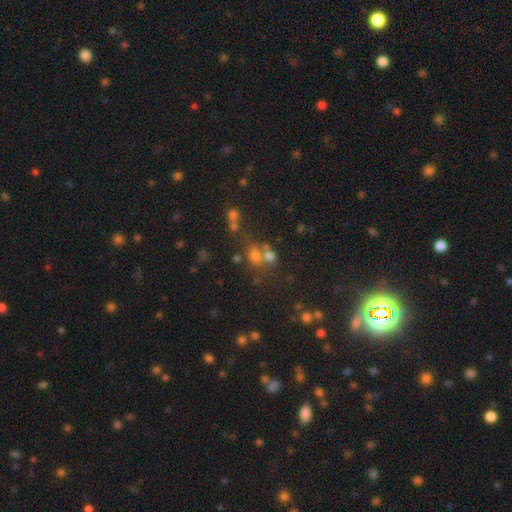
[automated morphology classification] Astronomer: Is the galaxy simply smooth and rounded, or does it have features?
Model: smooth — 52% (runner-up: star or artifact, 32%).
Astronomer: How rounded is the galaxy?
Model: round — 76%.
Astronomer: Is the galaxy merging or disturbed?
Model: none — 45% (runner-up: merger, 40%).